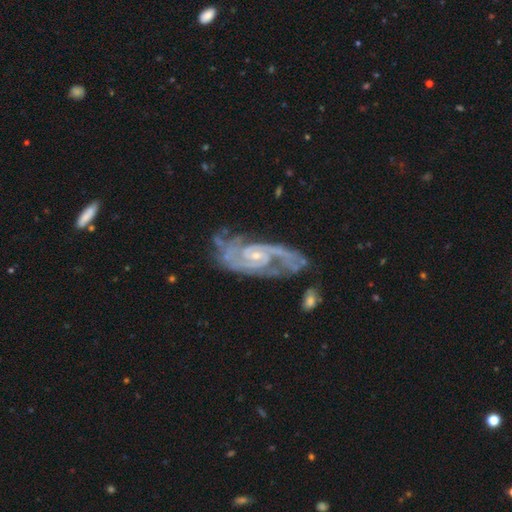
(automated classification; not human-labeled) A featured or disk galaxy (90%) with no bar (56%), 2 (61%) medium (46%) spiral arms (97%) and a small central bulge (75%).

Vote fractions:
- Smooth or featured? featured or disk: 90% / star or artifact: 6% / smooth: 4%
- Edge-on disk? no: 95% / yes: 5%
- Bar? no: 56% / weak: 34% / strong: 10%
- Spiral arms? yes: 97% / no: 3%
- Spiral winding? medium: 46% / tight: 43% / loose: 11%
- Spiral arm count? 2: 61% / 3: 13% / can't tell: 13% / 4: 5% / 1: 4% / more than 4: 4%
- Bulge size? small: 75% / moderate: 21% / none: 2% / large: 1% / dominant: 1%
- Merging? none: 61% / minor disturbance: 22% / major disturbance: 11% / merger: 5%